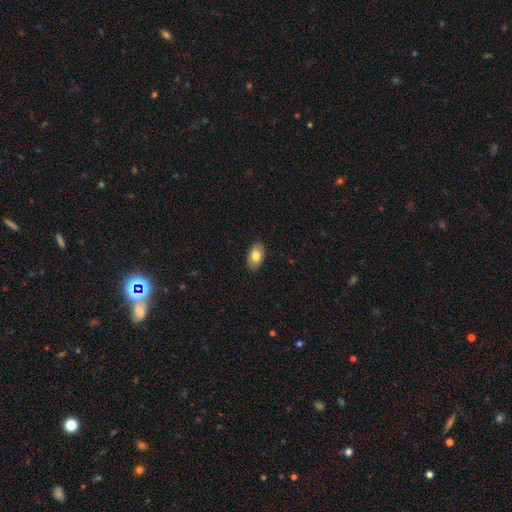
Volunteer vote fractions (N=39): Q: Smooth or featured?
A: smooth (77%); runner-up: featured or disk (15%)
Q: How rounded?
A: in between (97%); runner-up: cigar-shaped (3%)
Q: Merging?
A: none (89%); runner-up: minor disturbance (11%)